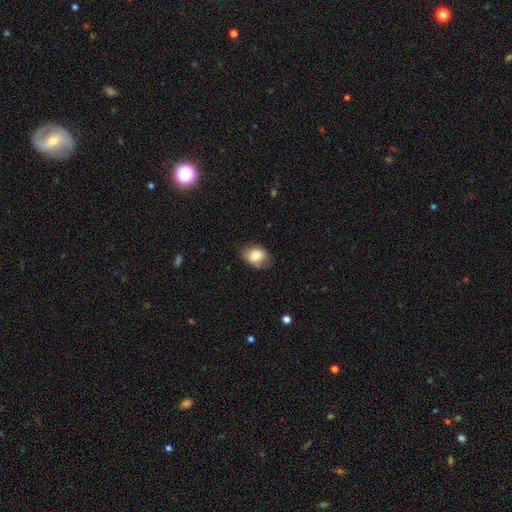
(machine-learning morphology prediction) Smooth or featured: smooth — 82% (featured or disk — 10%)
How rounded: in between — 66% (round — 33%)
Merging: none — 71% (minor disturbance — 22%)